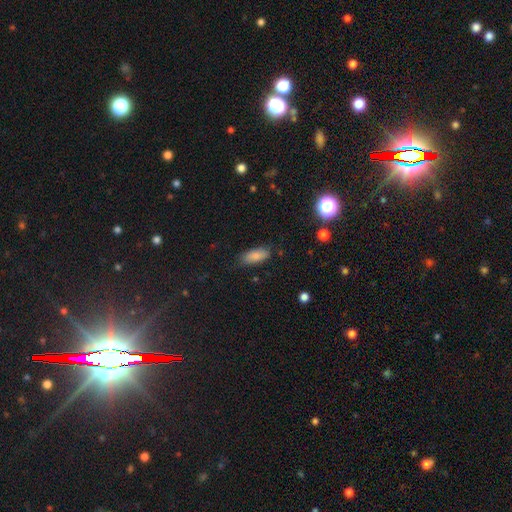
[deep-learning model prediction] This appears to be a smooth galaxy with no disk features (84%) that is in between round and cigar-shaped (80%). Merging: none (81%).